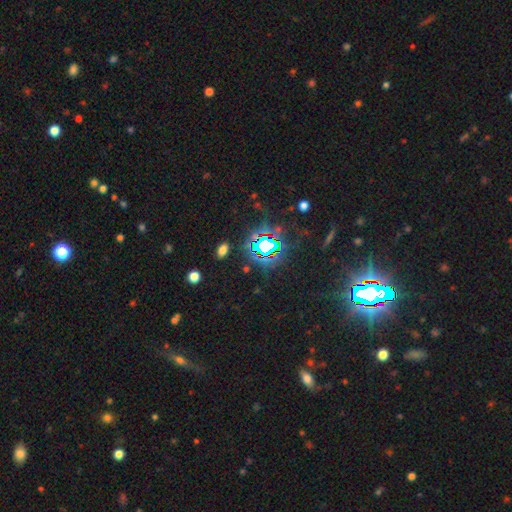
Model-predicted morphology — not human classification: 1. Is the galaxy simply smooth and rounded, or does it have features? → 66% star or artifact, 24% smooth, 10% featured or disk.